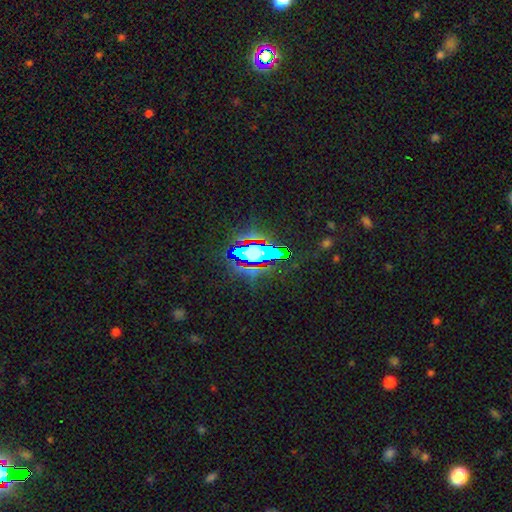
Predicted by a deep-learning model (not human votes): This appears to be a star or artifact, not a galaxy (58%).